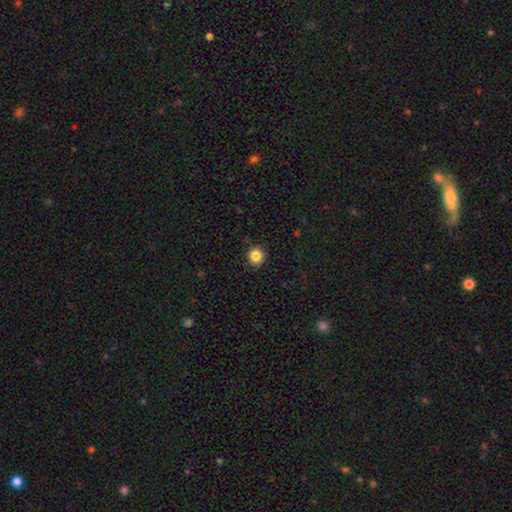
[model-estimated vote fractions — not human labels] This is clearly a smooth galaxy (86%). How rounded: clearly round (93%). Merging: clearly none (91%).